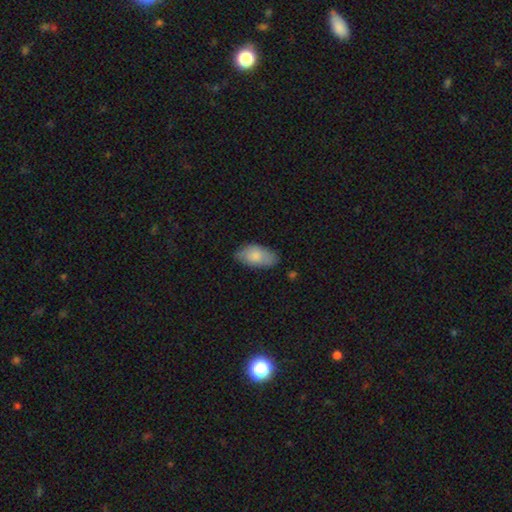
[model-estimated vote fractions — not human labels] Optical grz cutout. It shows a smooth galaxy with no disk features (81%) that is in between round and cigar-shaped (94%). Merging: none (70%).